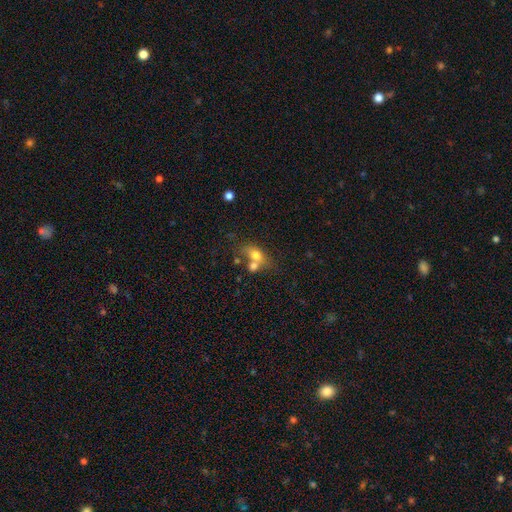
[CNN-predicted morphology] Smooth or featured: smooth — 70% (featured or disk — 20%)
How rounded: in between — 70% (round — 24%)
Merging: merger — 50% (none — 32%)